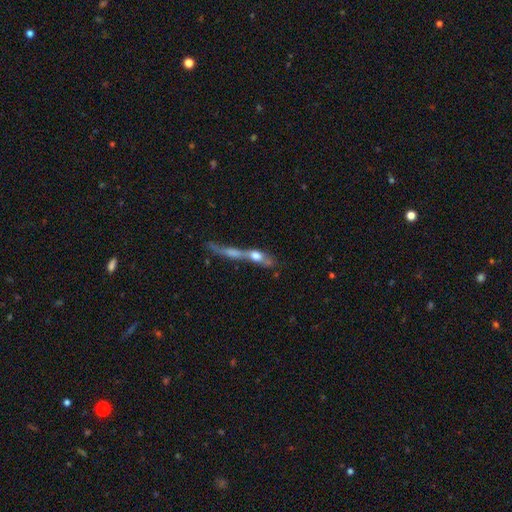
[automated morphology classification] type=smooth (45%); merging=merger (61%).